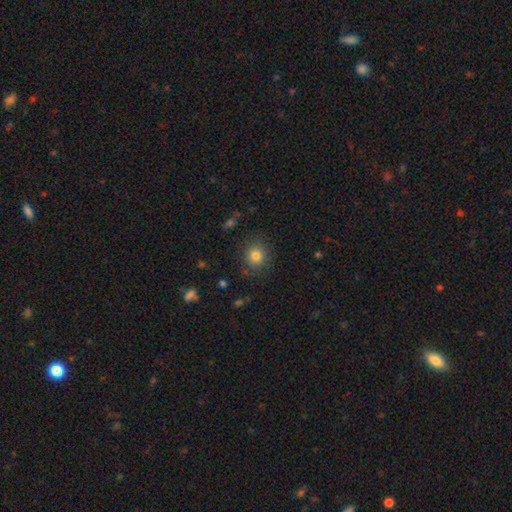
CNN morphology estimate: Smooth or featured? smooth (80%)
How rounded? round (88%)
Merging? none (86%)